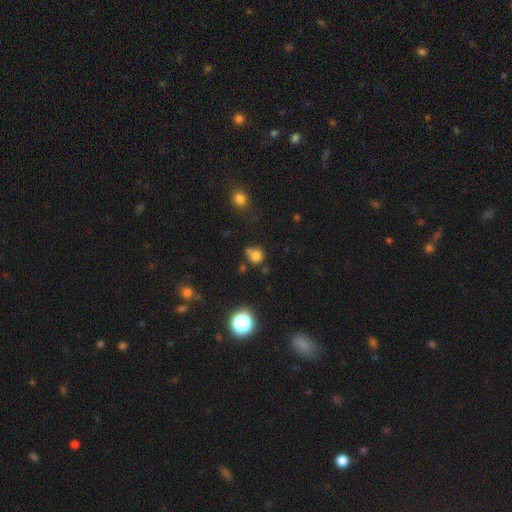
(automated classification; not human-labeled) Smooth or featured? Predicted: smooth (p=0.75). How rounded? Predicted: round (p=0.85). Merging? Predicted: none (p=0.59).